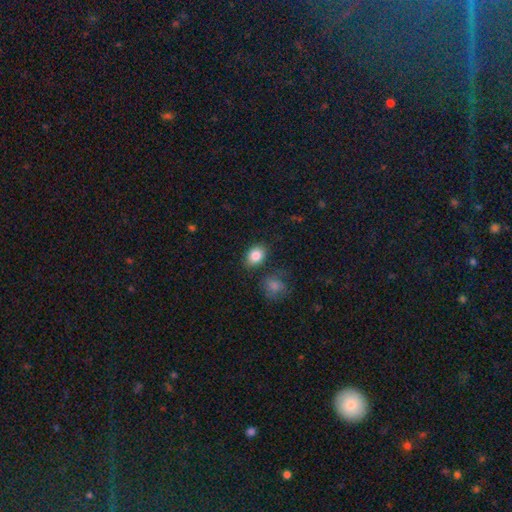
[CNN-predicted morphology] smooth 85%, star or artifact 8%, featured or disk 7%. Down the decision tree: how rounded — in between (72%); merging — none (80%).